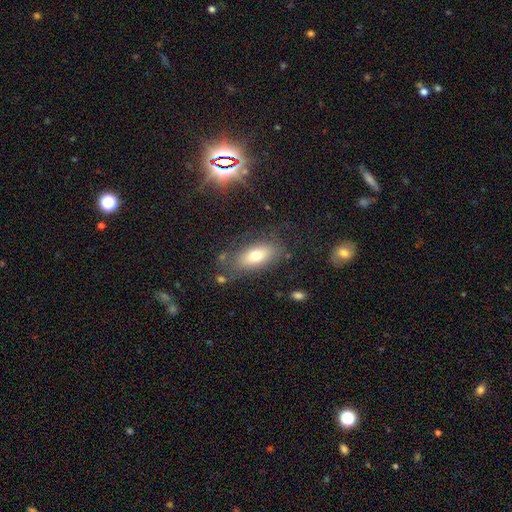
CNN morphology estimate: type=smooth (69%); roundness=in between (84%); merging=none (72%).